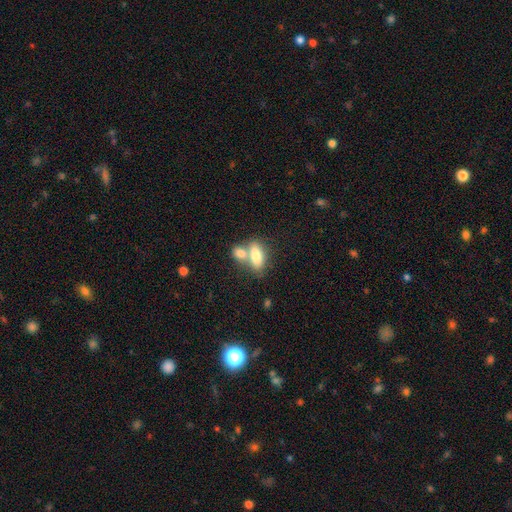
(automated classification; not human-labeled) Overall: smooth (78%). How rounded: in between (82%). Merging: merger (54%; none 33%).